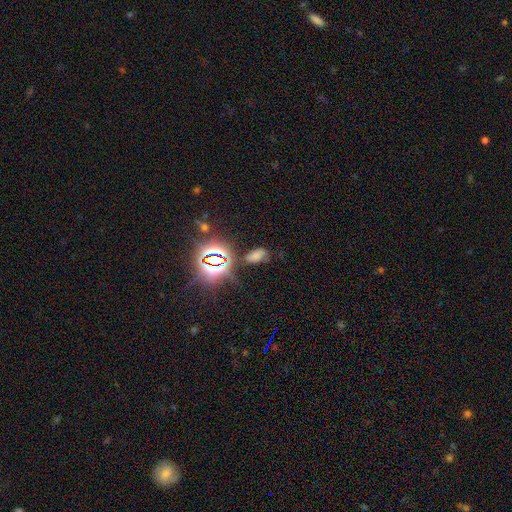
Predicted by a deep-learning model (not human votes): This is possibly a smooth galaxy (56%). How rounded: clearly in between (90%). Merging: likely none (69%).